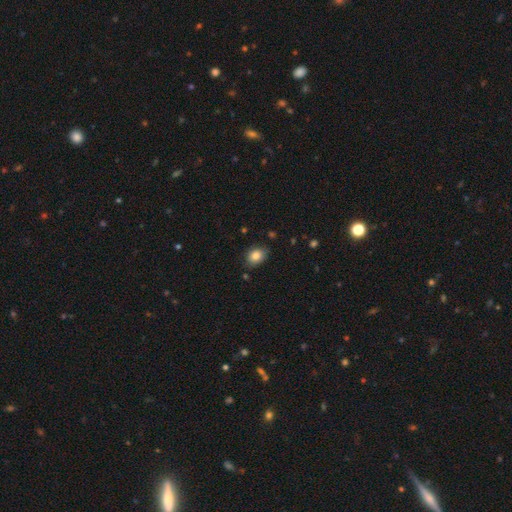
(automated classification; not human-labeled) This appears to be a smooth galaxy with no disk features (84%) that is in between round and cigar-shaped (65%). Merging: none (81%).